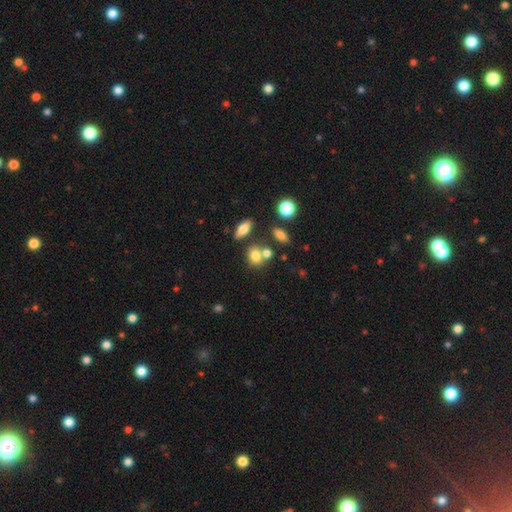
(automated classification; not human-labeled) Smooth or featured?
  - smooth: 76% *
  - featured or disk: 12%
  - star or artifact: 12%
How rounded?
  - round: 53% *
  - in between: 44%
  - cigar-shaped: 3%
Merging?
  - none: 53% *
  - merger: 30%
  - minor disturbance: 12%
  - major disturbance: 5%